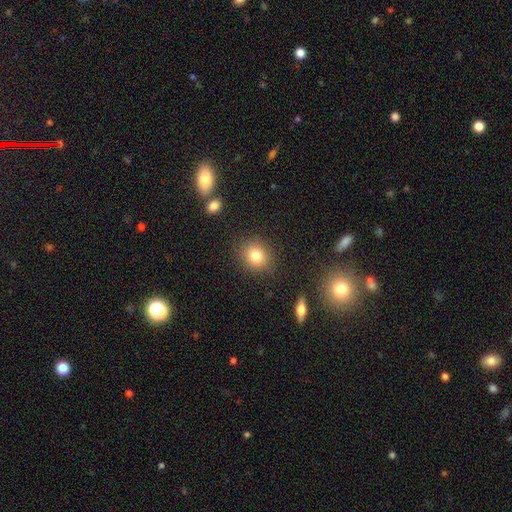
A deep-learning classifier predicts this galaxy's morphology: Smooth or featured? Predicted: smooth (p=0.81). How rounded? Predicted: round (p=0.74). Merging? Predicted: none (p=0.86).